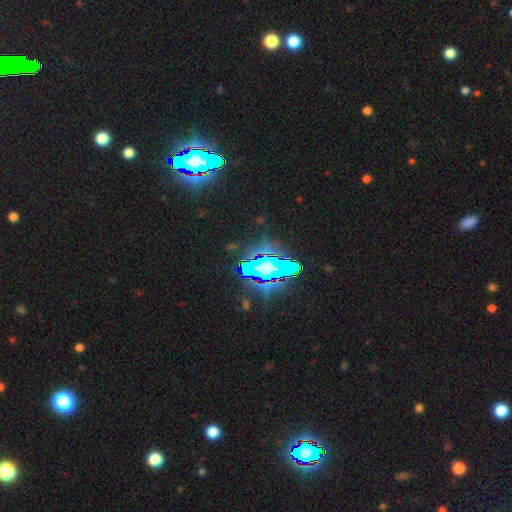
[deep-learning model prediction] star or artifact 61%, featured or disk 23%, smooth 17%.